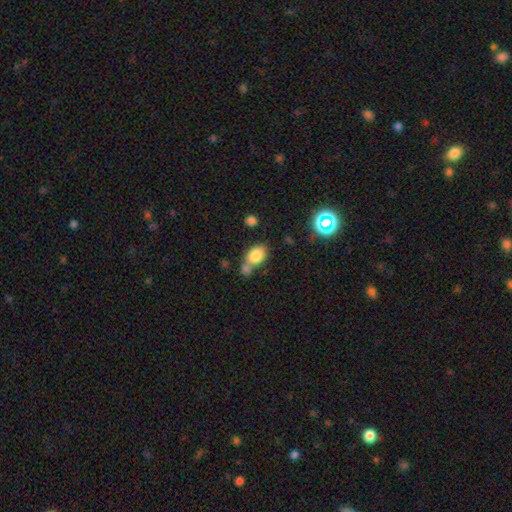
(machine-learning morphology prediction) type=smooth (81%); roundness=in between (72%); merging=none (42%).